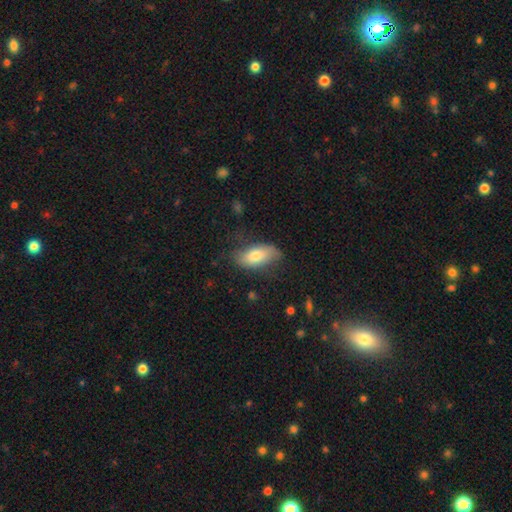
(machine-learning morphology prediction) A smooth galaxy with no disk features (72%) that is in between round and cigar-shaped (86%).

Vote fractions:
- Smooth or featured? smooth: 72% / featured or disk: 22% / star or artifact: 7%
- How rounded? in between: 86% / cigar-shaped: 10% / round: 3%
- Merging? none: 66% / minor disturbance: 24% / major disturbance: 8% / merger: 2%